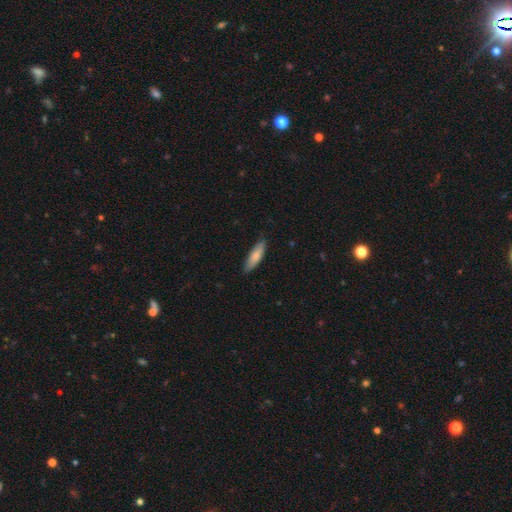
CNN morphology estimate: This appears to be a smooth galaxy with no disk features (80%) that is cigar-shaped (61%). Merging: none (85%).